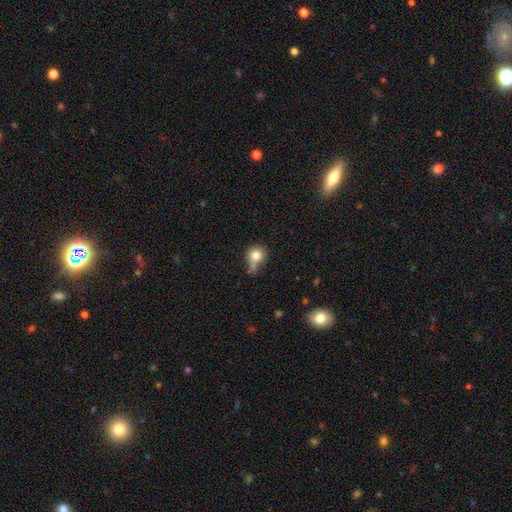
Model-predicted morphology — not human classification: This appears to be a smooth galaxy with no disk features (79%) that is round (82%). Merging: none (48%).